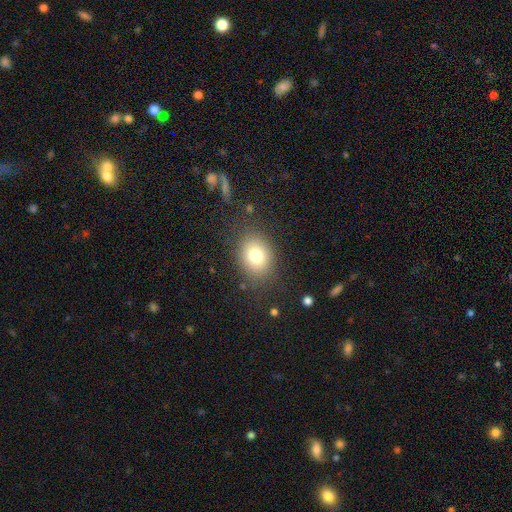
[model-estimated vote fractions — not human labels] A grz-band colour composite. It shows a smooth galaxy with no disk features (78%) that is in between round and cigar-shaped (56%). Merging: none (82%).